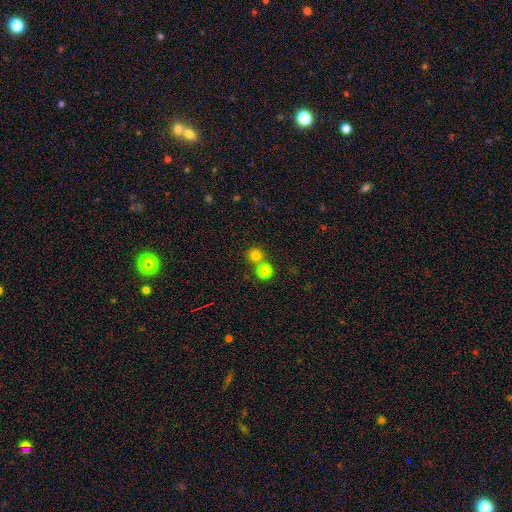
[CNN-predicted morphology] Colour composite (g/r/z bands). It shows a smooth galaxy with no disk features (76%) that is round (91%). Merging: none (65%).